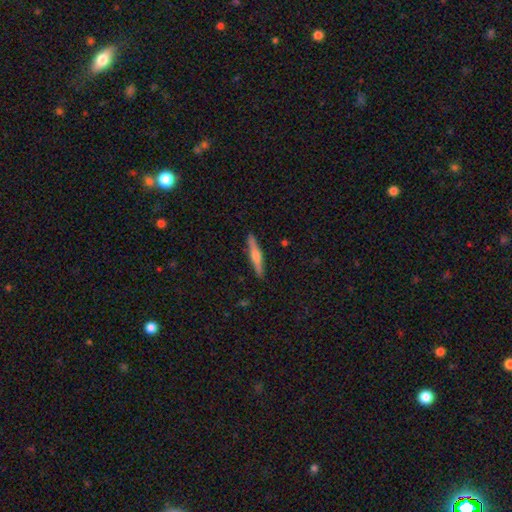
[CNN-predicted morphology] A featured or disk galaxy (55%) viewed edge-on (97%) with a rounded central bulge (82%). Merging: none (91%).